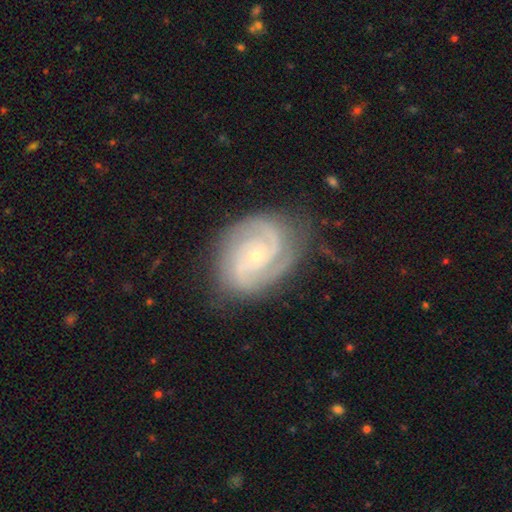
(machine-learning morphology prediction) A featured or disk galaxy (90%) with no bar (66%), 2 (55%) tight (61%) spiral arms (98%) and a small central bulge (76%). Merging: none (76%).